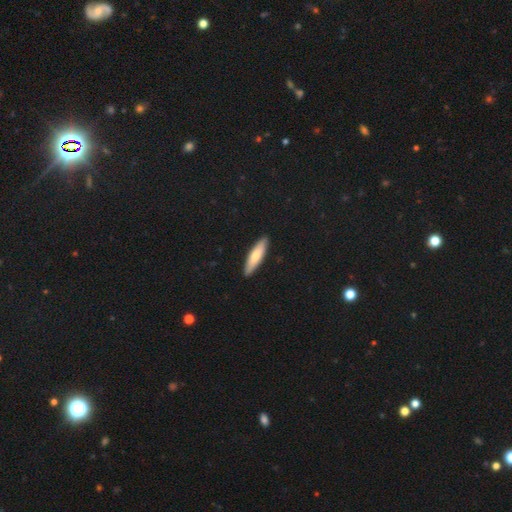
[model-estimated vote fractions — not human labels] Overall: smooth (70%). How rounded: cigar-shaped (74%). Merging: none (91%).